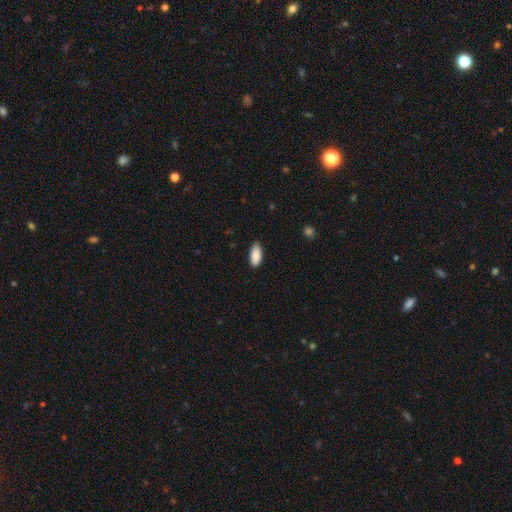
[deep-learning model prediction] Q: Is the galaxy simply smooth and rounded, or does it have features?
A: smooth — 90%.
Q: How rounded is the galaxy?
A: in between — 88%.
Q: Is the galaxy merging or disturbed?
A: none — 82%.